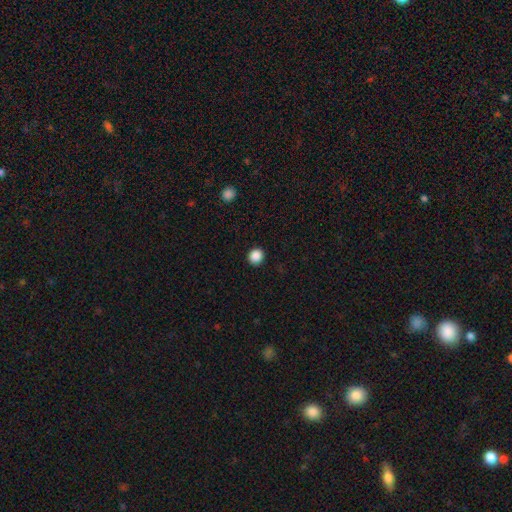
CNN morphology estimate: Smooth or featured?
  - smooth: 87% *
  - star or artifact: 10%
  - featured or disk: 3%
How rounded?
  - round: 88% *
  - in between: 11%
  - cigar-shaped: 1%
Merging?
  - none: 92% *
  - minor disturbance: 5%
  - major disturbance: 2%
  - merger: 1%